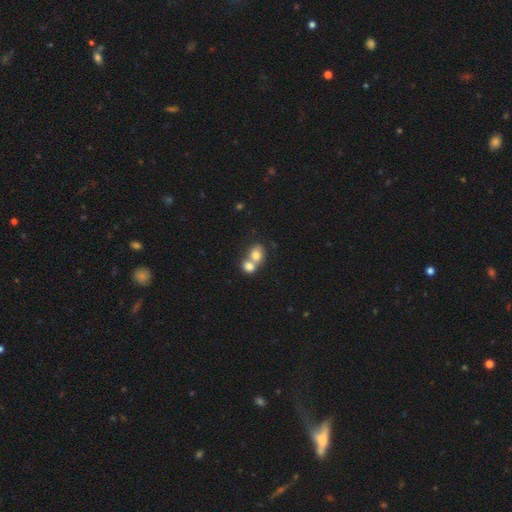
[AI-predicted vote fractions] A smooth galaxy with no disk features (77%) that is round (57%).

Vote fractions:
- Smooth or featured? smooth: 77% / featured or disk: 14% / star or artifact: 9%
- How rounded? round: 57% / in between: 42% / cigar-shaped: 1%
- Merging? merger: 70% / none: 22% / minor disturbance: 5% / major disturbance: 3%